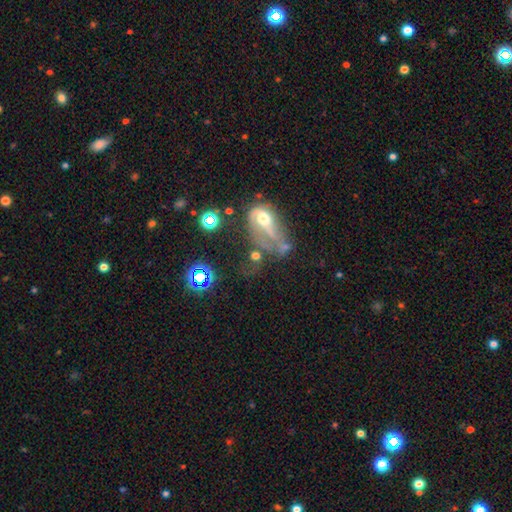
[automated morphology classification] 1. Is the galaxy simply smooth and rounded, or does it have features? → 38% smooth, 36% featured or disk, 26% star or artifact.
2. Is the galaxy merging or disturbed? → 35% major disturbance, 27% merger, 24% none, 14% minor disturbance.